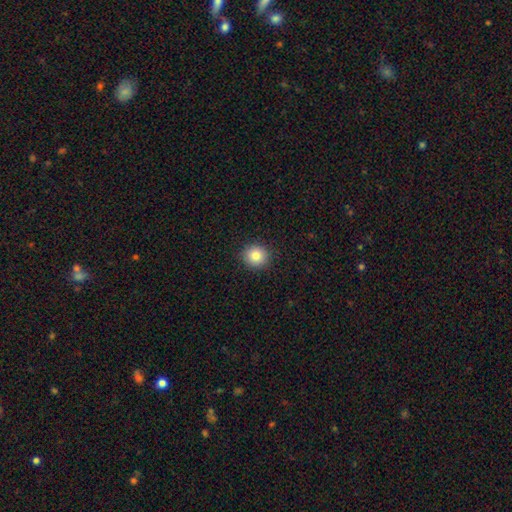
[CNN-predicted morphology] Smooth or featured? smooth (84%)
How rounded? round (90%)
Merging? none (92%)